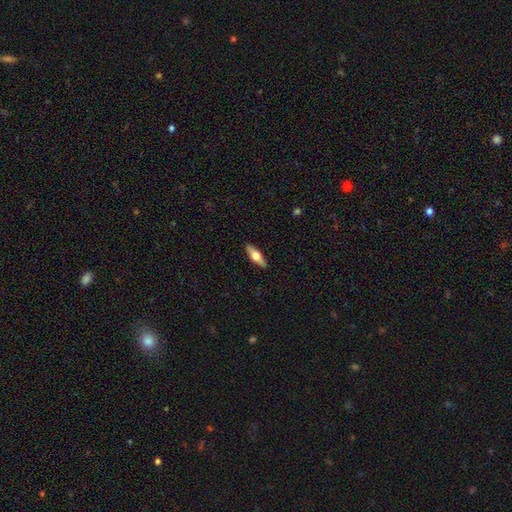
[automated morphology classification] Q: Smooth or featured?
A: smooth (47%); tied with: featured or disk (47%)
Q: Merging?
A: none (90%); runner-up: minor disturbance (7%)